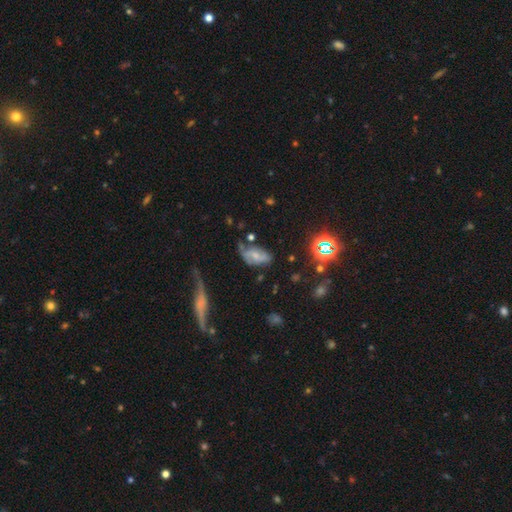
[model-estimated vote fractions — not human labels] The model was most divided on "smooth or featured": smooth: 44%, featured or disk: 43%, star or artifact: 13%. Remaining: merging — none (50%).